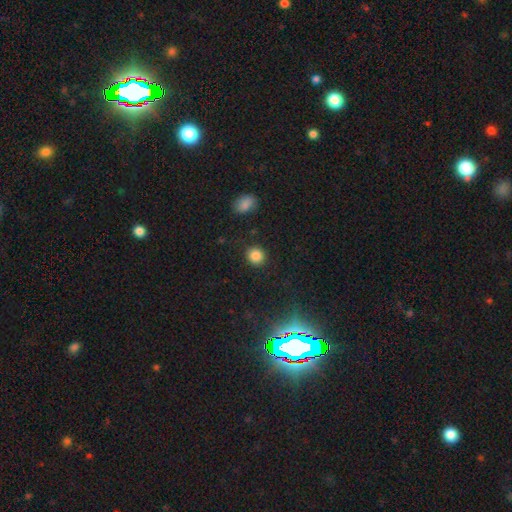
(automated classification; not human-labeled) Smooth or featured? smooth (84%)
How rounded? round (87%)
Merging? none (89%)